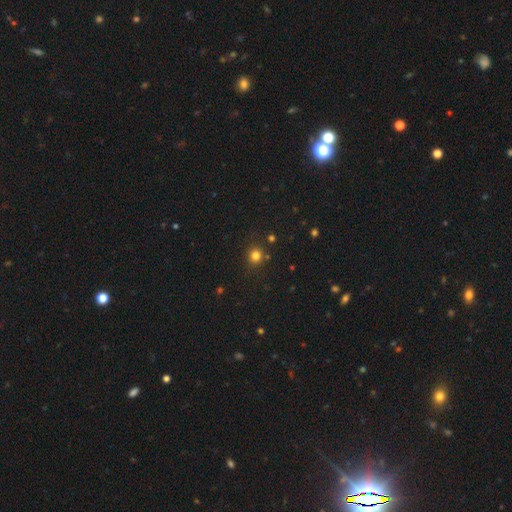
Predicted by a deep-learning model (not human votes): smooth 78%, star or artifact 17%, featured or disk 5%. Down the decision tree: how rounded — round (89%); merging — none (84%).